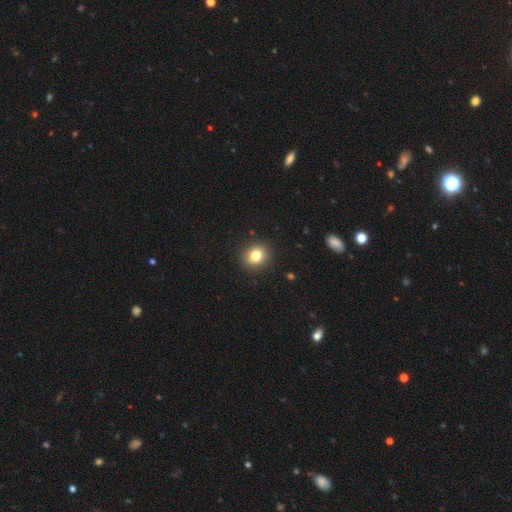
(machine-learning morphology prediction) Smooth or featured: smooth — 81% (star or artifact — 11%)
How rounded: round — 78% (in between — 22%)
Merging: none — 92% (minor disturbance — 6%)